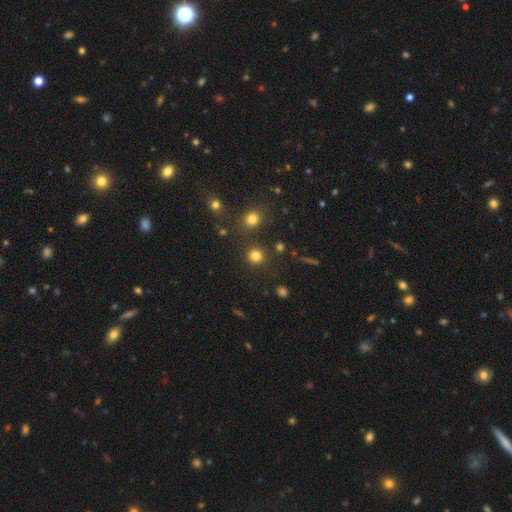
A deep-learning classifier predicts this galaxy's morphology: smooth_or_featured: smooth (p=0.80) [alt: star or artifact p=0.15]
how_rounded: round (p=0.92) [alt: in between p=0.07]
merging: none (p=0.85) [alt: minor disturbance p=0.07]